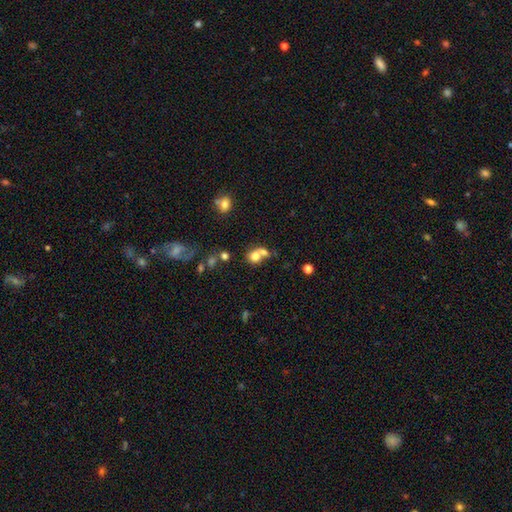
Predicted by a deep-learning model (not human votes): smooth 73%, featured or disk 14%, star or artifact 13%. Down the decision tree: how rounded — round (72%); merging — merger (54%).